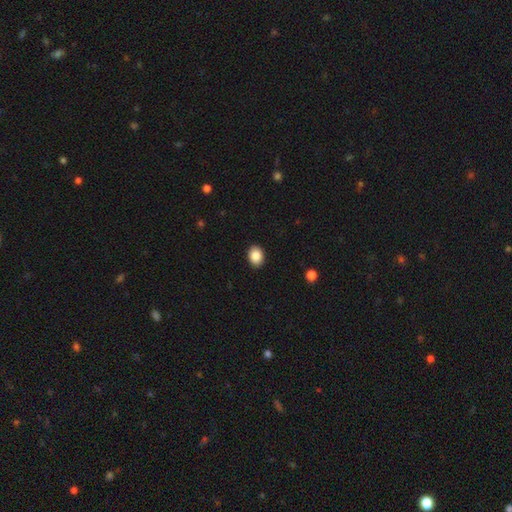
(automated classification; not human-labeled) smooth-or-featured: smooth: 88% | star or artifact: 8% | featured or disk: 4%
  how-rounded: in between: 66% | round: 33% | cigar-shaped: 1%
  merging: none: 91% | minor disturbance: 6% | major disturbance: 2% | merger: 1%